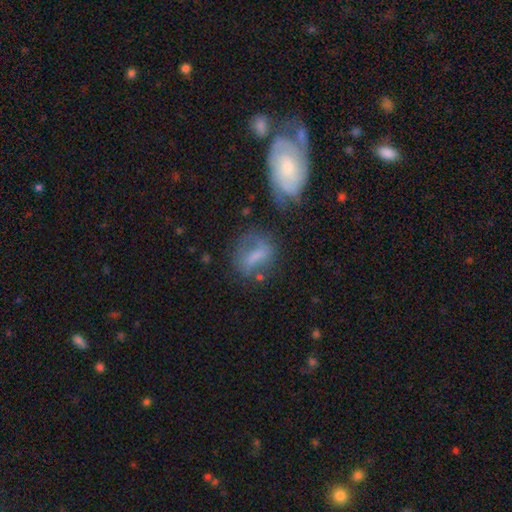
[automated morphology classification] Smooth or featured?
  - smooth: 53% *
  - featured or disk: 35%
  - star or artifact: 12%
How rounded?
  - in between: 59% *
  - round: 31%
  - cigar-shaped: 11%
Merging?
  - none: 45% *
  - minor disturbance: 24%
  - major disturbance: 21%
  - merger: 9%